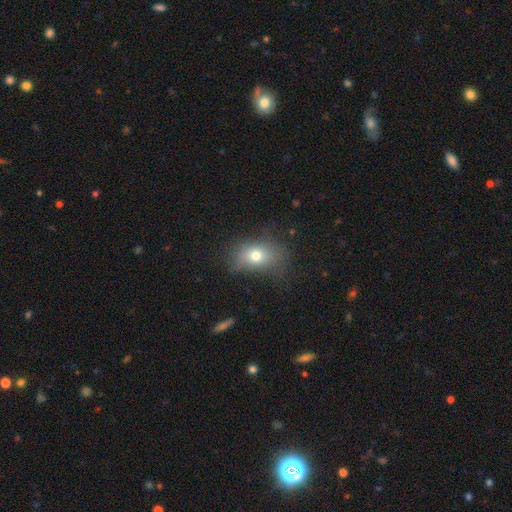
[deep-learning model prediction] smooth 71%, featured or disk 16%, star or artifact 13%. Down the decision tree: how rounded — in between (71%); merging — none (60%).